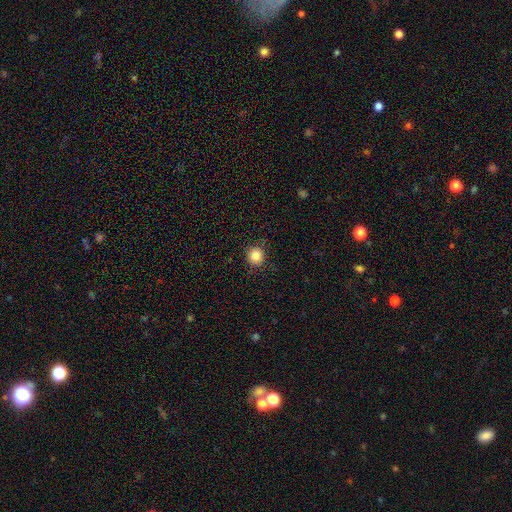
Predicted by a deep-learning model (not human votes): smooth 83%, star or artifact 11%, featured or disk 5%. Down the decision tree: how rounded — round (91%); merging — none (87%).